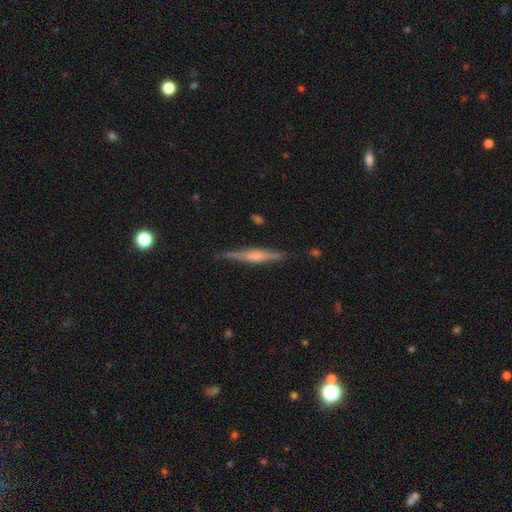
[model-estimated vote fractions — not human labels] Overall: featured or disk (67%; smooth 27%). Edge-on disk: yes (98%). Edge-on bulge: rounded (60%; boxy 24%). Merging: none (86%).